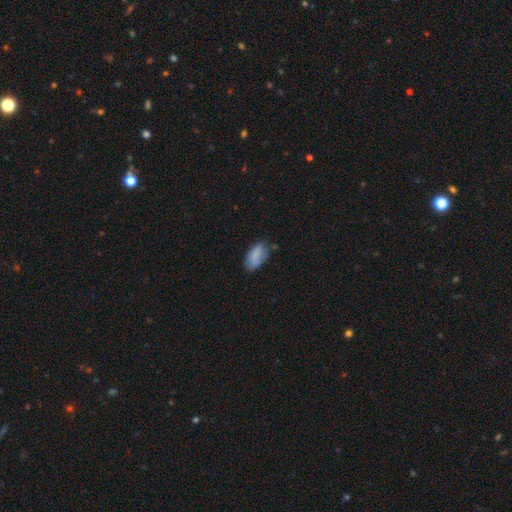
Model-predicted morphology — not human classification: Smooth or featured? smooth (81%)
How rounded? in between (91%)
Merging? none (61%)